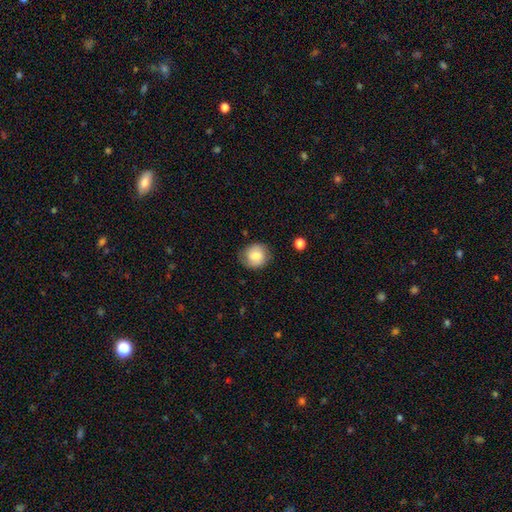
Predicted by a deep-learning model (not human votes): A smooth galaxy with no disk features (78%) that is round (85%). Merging: none (79%).